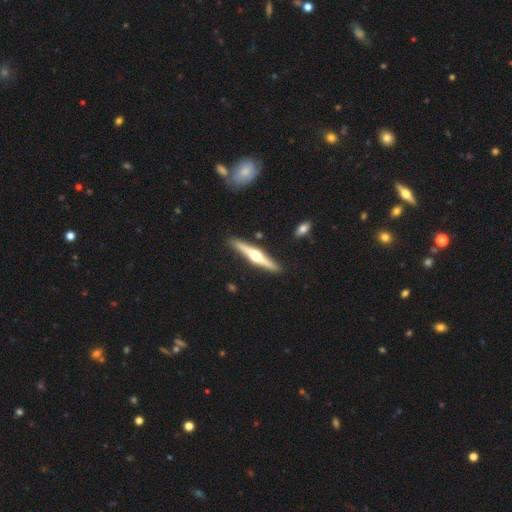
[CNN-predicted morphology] Smooth or featured: featured or disk — 74% (smooth — 21%)
Edge-on disk: yes — 98% (no — 2%)
Edge-on bulge: rounded — 96% (boxy — 2%)
Merging: none — 89% (minor disturbance — 8%)